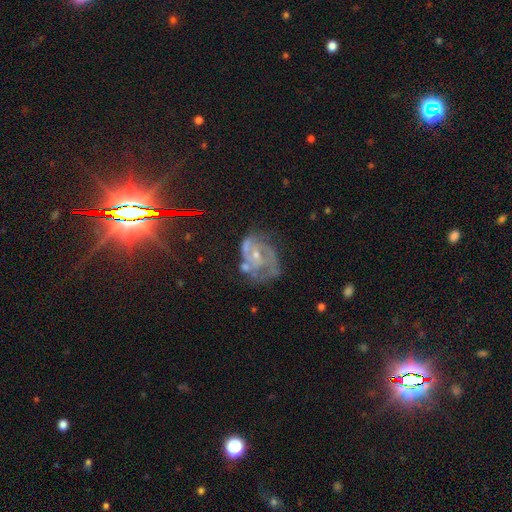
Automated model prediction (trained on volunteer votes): This is likely a featured or disk galaxy (73%). It is clearly not viewed edge-on (97%). Bar: likely no (66%). Spiral arm pattern: likely yes (78%). Spiral arm count: marginally 2 (40%). Spiral winding: marginally medium (43%). Central bulge: likely small (65%). Merging: possibly none (48%).